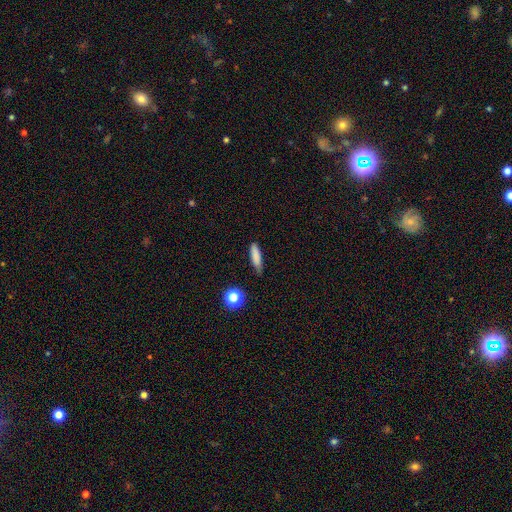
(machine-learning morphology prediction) A smooth galaxy with no disk features (82%) that is cigar-shaped (68%). Merging: none (74%).